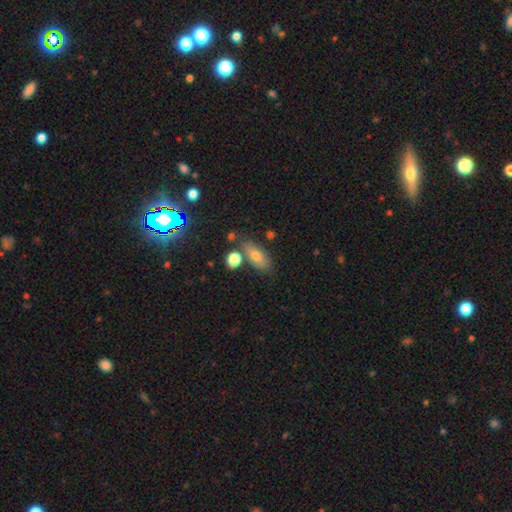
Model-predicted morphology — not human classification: Smooth or featured: smooth — 68% (star or artifact — 16%)
How rounded: in between — 78% (cigar-shaped — 14%)
Merging: none — 72% (minor disturbance — 14%)